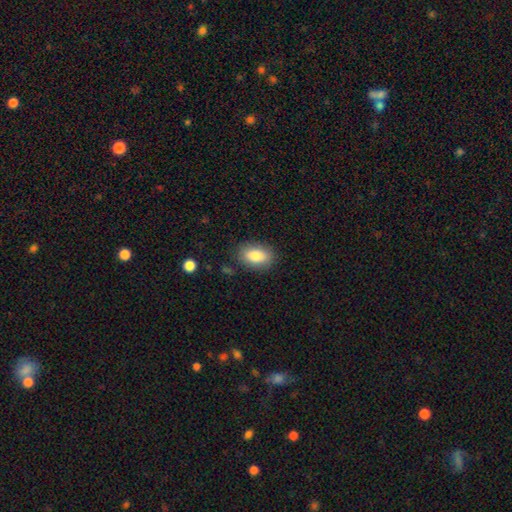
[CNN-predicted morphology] A smooth galaxy with no disk features (86%) that is in between round and cigar-shaped (88%). Merging: none (83%).